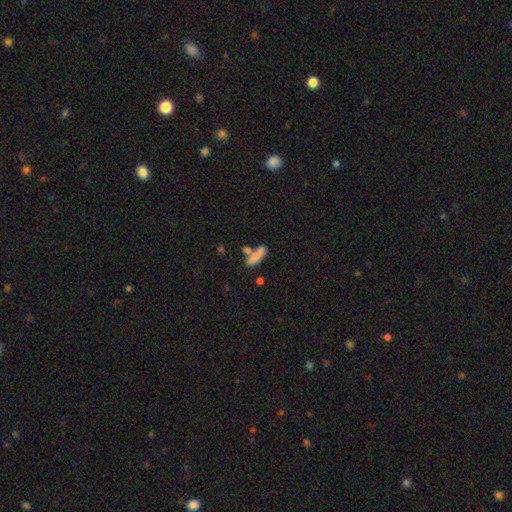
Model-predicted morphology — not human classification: Q: Smooth or featured?
A: smooth (80%); runner-up: featured or disk (11%)
Q: How rounded?
A: in between (50%); runner-up: cigar-shaped (46%)
Q: Merging?
A: none (49%); runner-up: merger (30%)